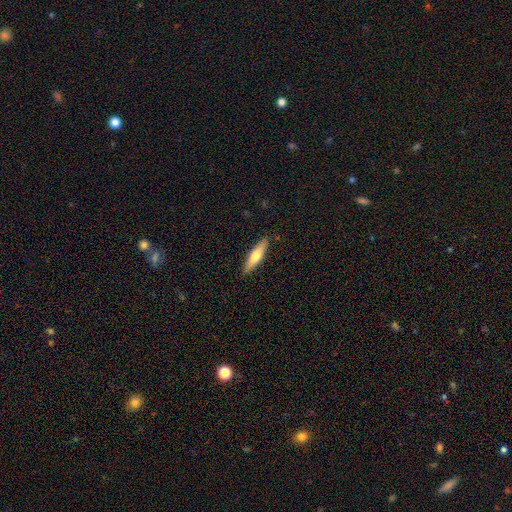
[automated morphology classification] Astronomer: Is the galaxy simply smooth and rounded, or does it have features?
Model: smooth — 55% (runner-up: featured or disk, 39%).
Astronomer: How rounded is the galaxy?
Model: cigar-shaped — 70%.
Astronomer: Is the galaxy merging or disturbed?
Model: none — 89%.